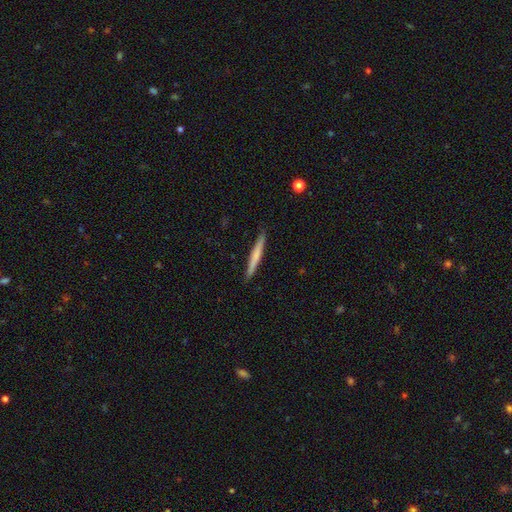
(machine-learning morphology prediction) smooth_or_featured: smooth (p=0.58) [alt: featured or disk p=0.37]
how_rounded: cigar-shaped (p=0.96) [alt: in between p=0.02]
merging: none (p=0.91) [alt: minor disturbance p=0.07]